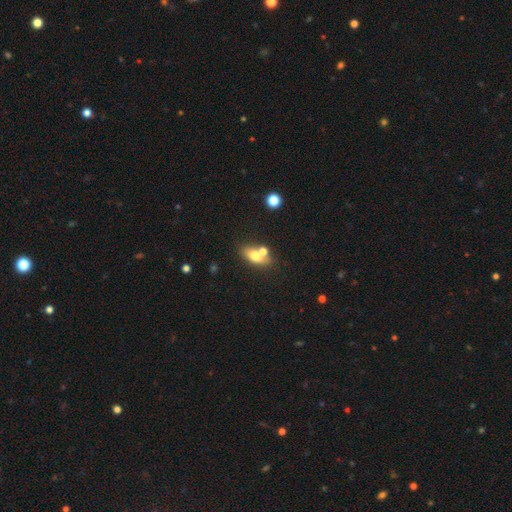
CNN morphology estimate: The model was most divided on "merging": none: 54%, merger: 29%, minor disturbance: 12%, major disturbance: 5%. More confident: how rounded — in between (77%); smooth or featured — smooth (69%).